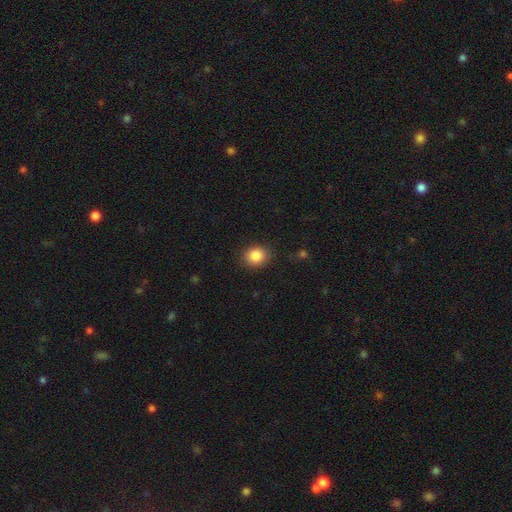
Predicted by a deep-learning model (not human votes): This is clearly a smooth galaxy (86%). How rounded: likely round (70%). Merging: clearly none (87%).